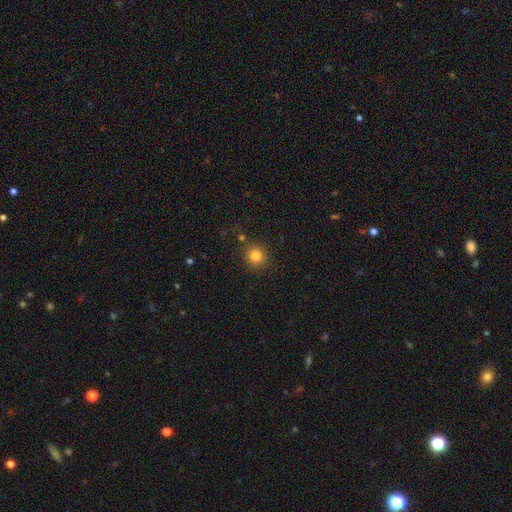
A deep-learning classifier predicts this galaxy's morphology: This is clearly a smooth galaxy (82%). How rounded: clearly round (91%). Merging: clearly none (86%).